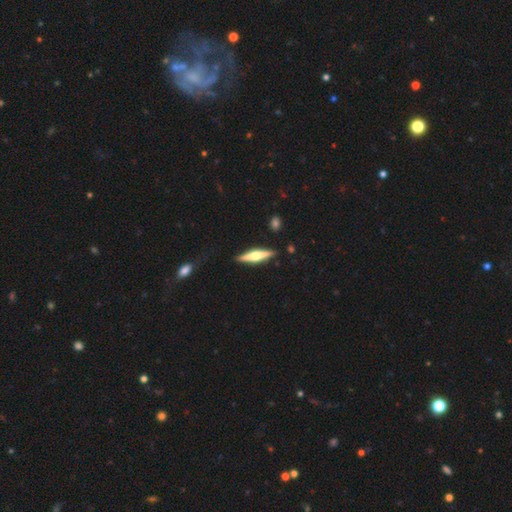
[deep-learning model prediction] Overall: featured or disk (67%; smooth 28%). Edge-on disk: yes (97%). Edge-on bulge: rounded (91%). Merging: none (88%).